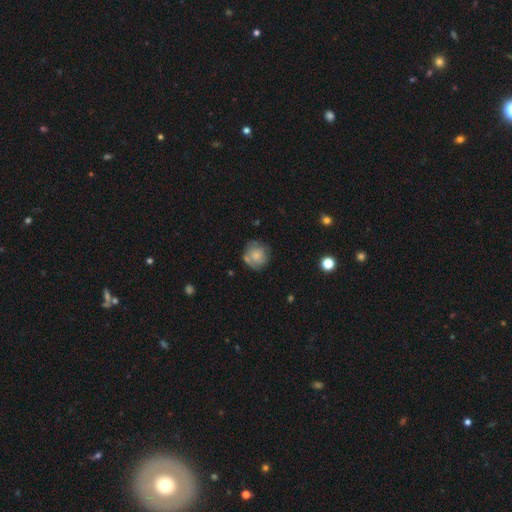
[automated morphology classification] Overall: smooth (61%; featured or disk 31%). How rounded: round (88%). Merging: none (65%).